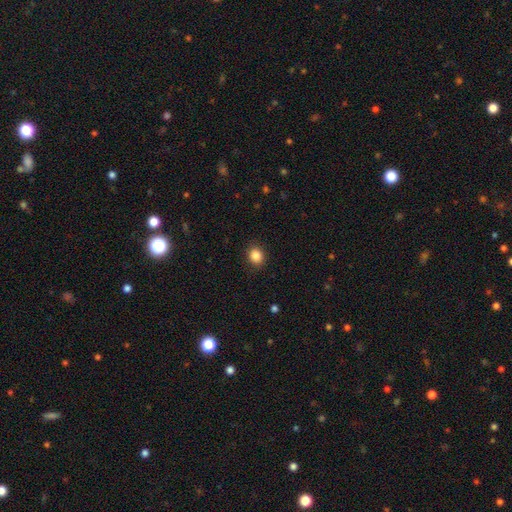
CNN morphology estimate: This appears to be a smooth galaxy with no disk features (86%) that is round (68%). Merging: none (89%).